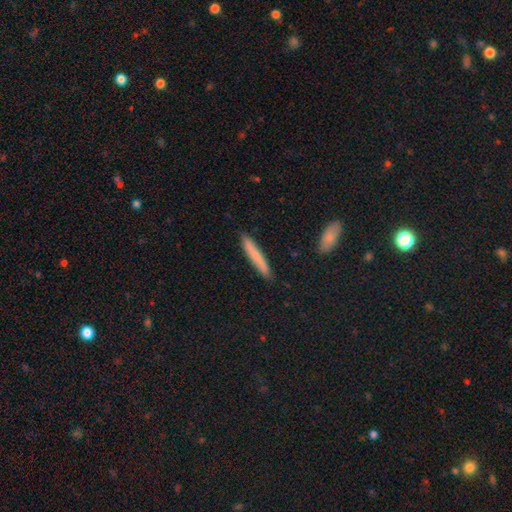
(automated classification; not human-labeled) Smooth or featured? Predicted: smooth (p=0.75). How rounded? Predicted: cigar-shaped (p=0.94). Merging? Predicted: none (p=0.88).